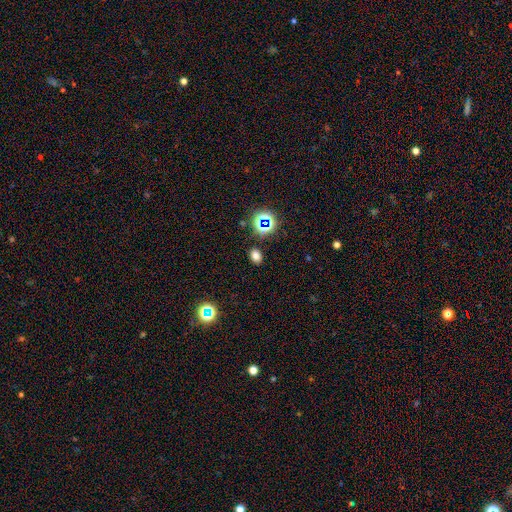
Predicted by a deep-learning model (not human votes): Smooth or featured? smooth (70%)
How rounded? in between (66%)
Merging? none (87%)